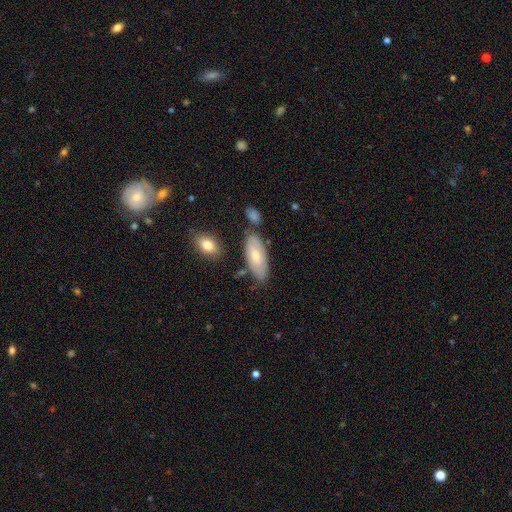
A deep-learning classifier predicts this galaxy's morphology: smooth 63%, featured or disk 31%, star or artifact 6%. Down the decision tree: how rounded — in between (83%); merging — none (69%).